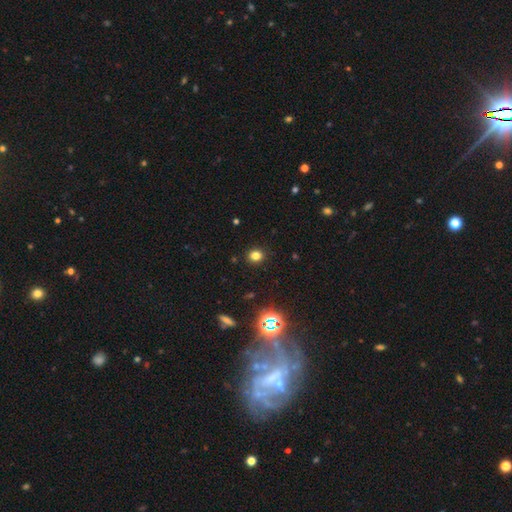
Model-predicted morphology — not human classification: smooth_or_featured: smooth (p=0.76) [alt: star or artifact p=0.18]
how_rounded: round (p=0.77) [alt: in between p=0.22]
merging: none (p=0.90) [alt: minor disturbance p=0.06]